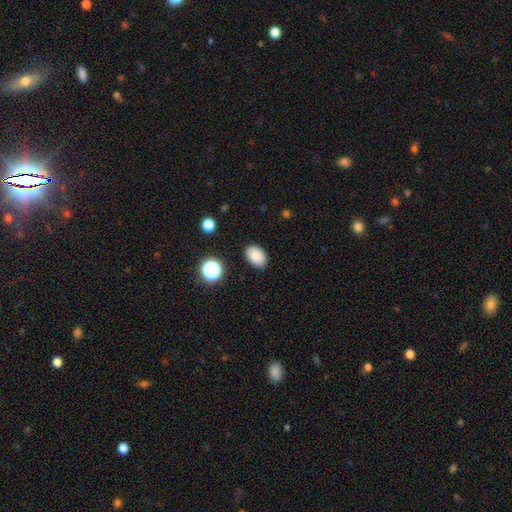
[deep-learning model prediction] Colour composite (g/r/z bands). It shows a smooth galaxy with no disk features (86%) that is in between round and cigar-shaped (85%). Merging: none (86%).